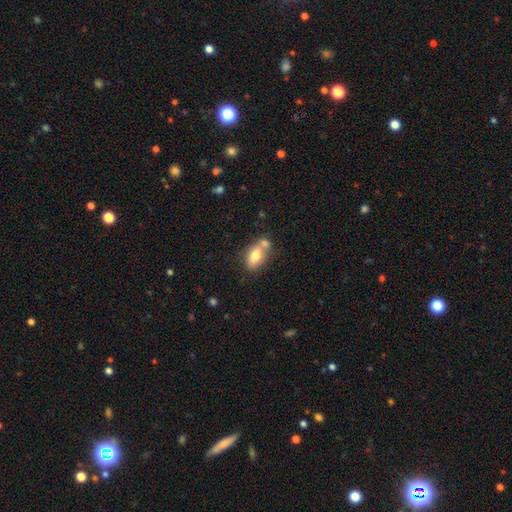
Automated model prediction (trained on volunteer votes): smooth 73%, featured or disk 19%, star or artifact 7%. Down the decision tree: how rounded — in between (86%); merging — none (48%).